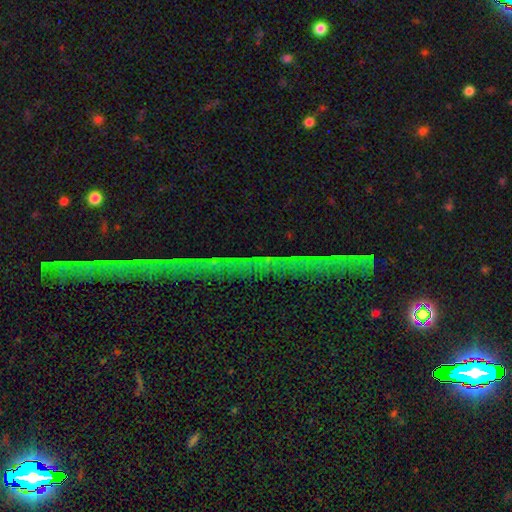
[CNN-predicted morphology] star or artifact 73%, featured or disk 16%, smooth 10%.